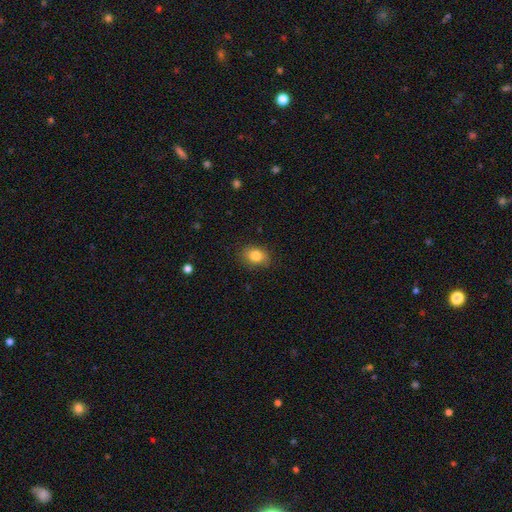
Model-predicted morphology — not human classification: smooth_or_featured: smooth (p=0.83) [alt: star or artifact p=0.09]
how_rounded: in between (p=0.63) [alt: round p=0.36]
merging: none (p=0.81) [alt: minor disturbance p=0.15]